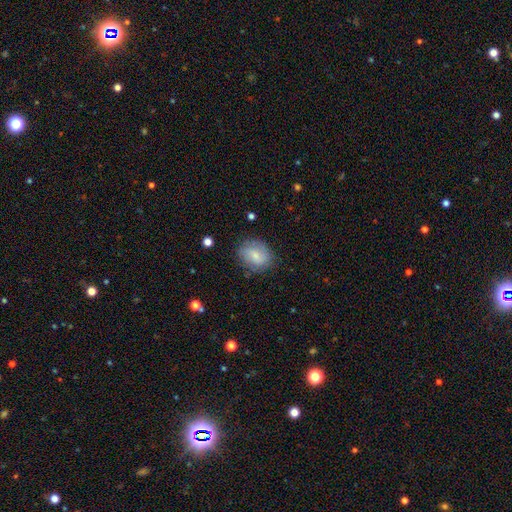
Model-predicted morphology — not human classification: type=smooth (67%); roundness=in between (50%); merging=none (75%).